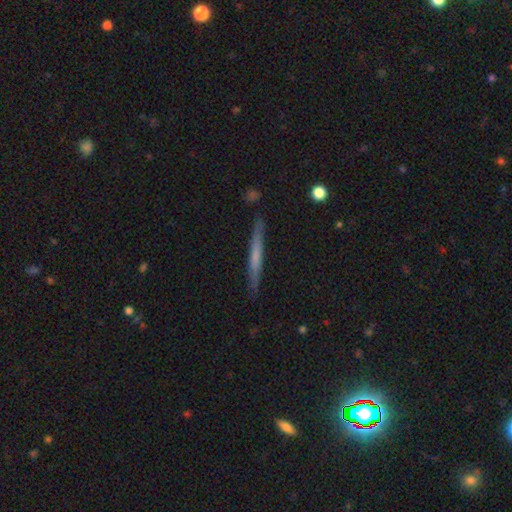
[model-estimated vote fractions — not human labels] Smooth or featured? smooth (52%)
How rounded? cigar-shaped (96%)
Merging? none (87%)